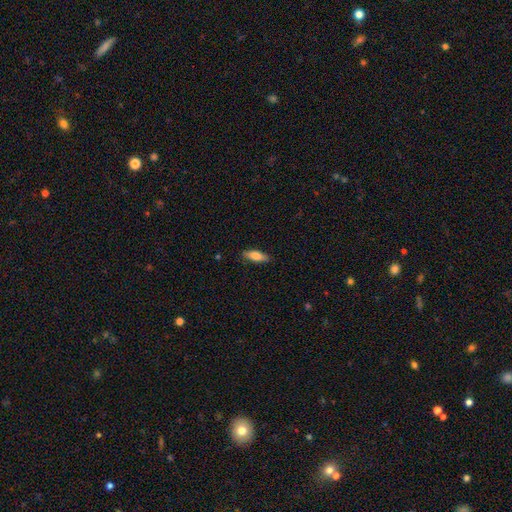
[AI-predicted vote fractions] Q: Smooth or featured?
A: smooth (79%); runner-up: featured or disk (15%)
Q: How rounded?
A: in between (61%); runner-up: cigar-shaped (37%)
Q: Merging?
A: none (87%); runner-up: minor disturbance (10%)